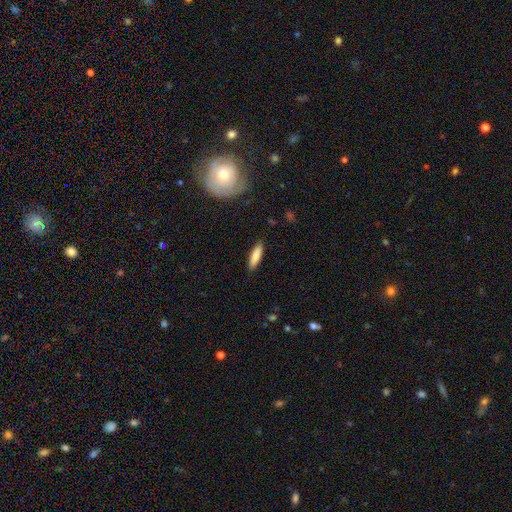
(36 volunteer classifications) smooth_or_featured: smooth (p=0.92) [alt: featured or disk p=0.06]
how_rounded: cigar-shaped (p=0.67) [alt: in between p=0.33]
merging: none (p=0.97) [alt: minor disturbance p=0.03]